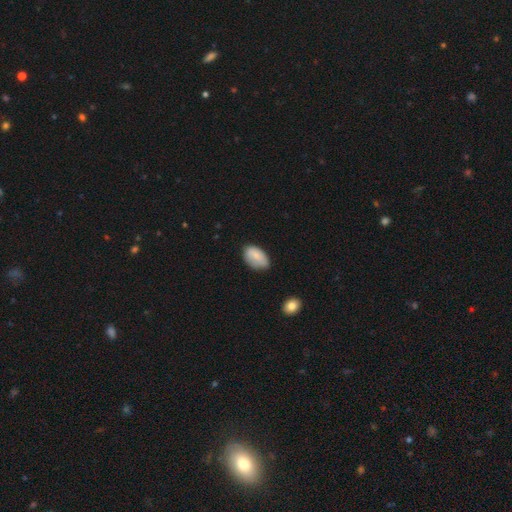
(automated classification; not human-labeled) smooth 80%, featured or disk 13%, star or artifact 7%. Down the decision tree: how rounded — in between (92%); merging — none (64%).